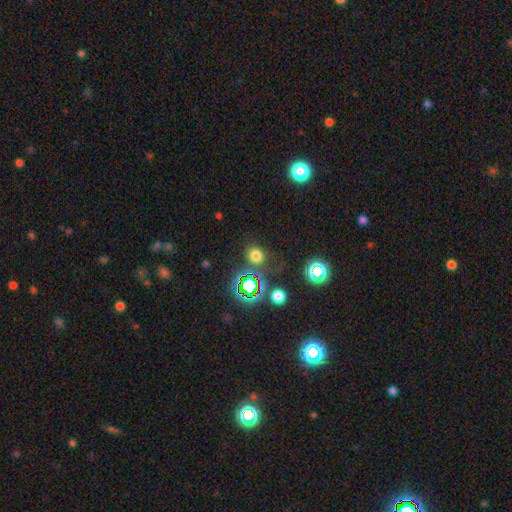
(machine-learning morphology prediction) Smooth or featured? Predicted: smooth (p=0.67). How rounded? Predicted: round (p=0.82). Merging? Predicted: none (p=0.79).